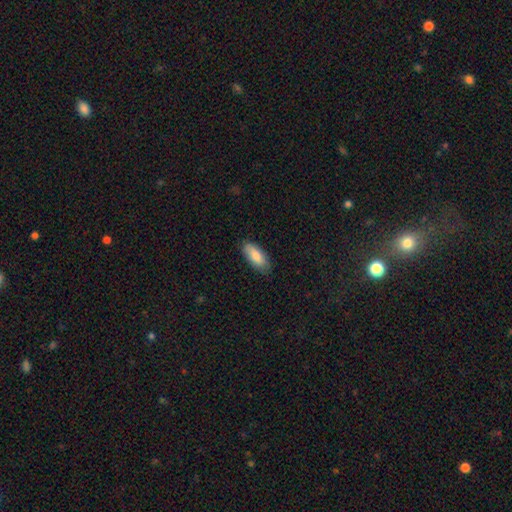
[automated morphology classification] Smooth or featured? smooth (85%)
How rounded? in between (84%)
Merging? none (83%)